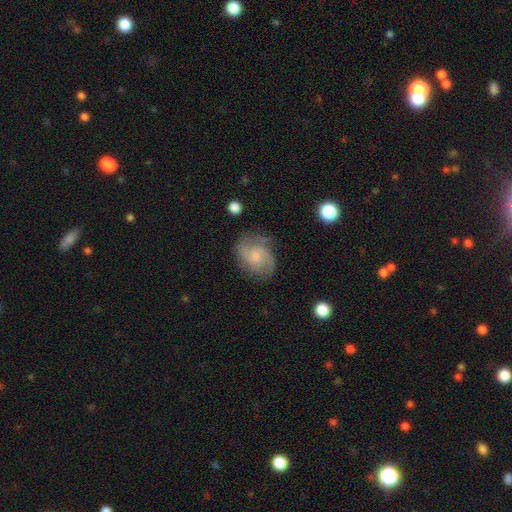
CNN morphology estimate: Overall: featured or disk (74%). Edge-on disk: no (98%). Bar: no (59%; weak 37%). Spiral arms: yes (95%). Spiral arm count: 2 (54%; 3 20%). Spiral winding: medium (50%; tight 32%). Bulge size: small (51%; moderate 32%). Merging: none (71%).